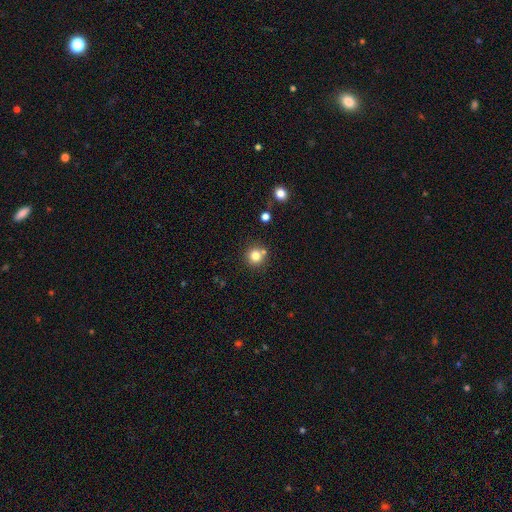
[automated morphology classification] A smooth galaxy with no disk features (80%) that is round (93%).

Vote fractions:
- Smooth or featured? smooth: 80% / star or artifact: 13% / featured or disk: 8%
- How rounded? round: 93% / in between: 6% / cigar-shaped: 1%
- Merging? none: 73% / merger: 16% / minor disturbance: 9% / major disturbance: 3%